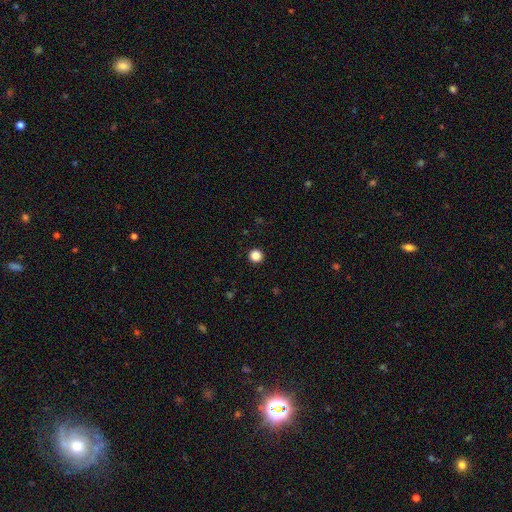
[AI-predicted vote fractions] Overall: smooth (86%). How rounded: round (96%). Merging: none (94%).